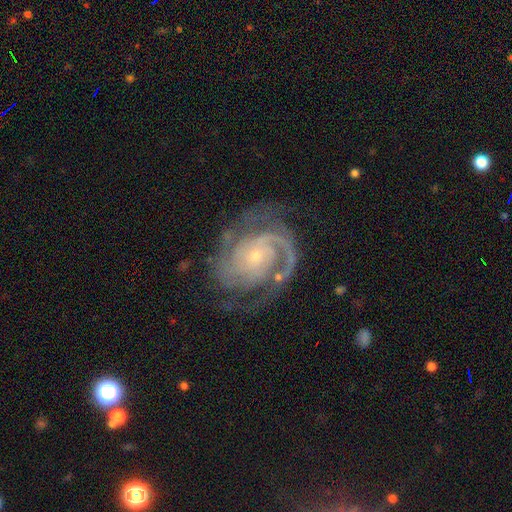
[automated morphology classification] smooth-or-featured: featured or disk: 92% | star or artifact: 5% | smooth: 3%
  disk-edge-on: no: 98% | yes: 2%
    bar: no: 72% | weak: 22% | strong: 7%
    has-spiral-arms: yes: 98% | no: 2%
      spiral-winding: tight: 65% | medium: 31% | loose: 5%
      spiral-arm-count: 2: 56% | 3: 20% | can't tell: 9% | 4: 5% | 1: 5% | more than 4: 4%
    bulge-size: small: 73% | moderate: 22% | none: 2% | large: 2% | dominant: 1%
  merging: none: 72% | minor disturbance: 17% | major disturbance: 9% | merger: 2%